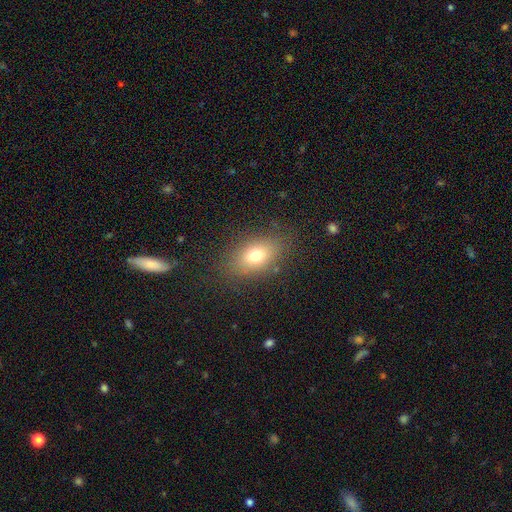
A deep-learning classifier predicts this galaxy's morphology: The model was most divided on "how rounded": in between: 77%, round: 21%, cigar-shaped: 3%. More confident: merging — none (81%); smooth or featured — smooth (72%).